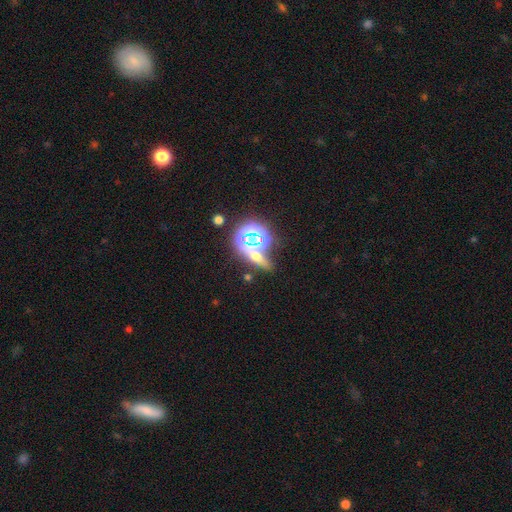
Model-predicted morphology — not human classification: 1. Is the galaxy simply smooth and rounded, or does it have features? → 52% star or artifact, 32% smooth, 16% featured or disk.